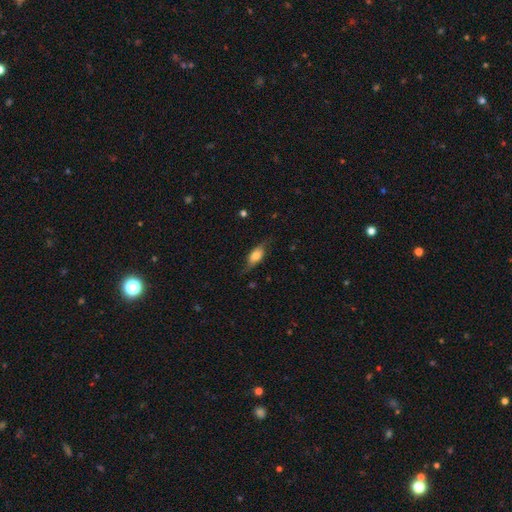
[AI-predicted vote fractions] Q: Smooth or featured?
A: smooth (58%); runner-up: featured or disk (34%)
Q: How rounded?
A: in between (75%); runner-up: cigar-shaped (20%)
Q: Merging?
A: none (68%); runner-up: minor disturbance (24%)